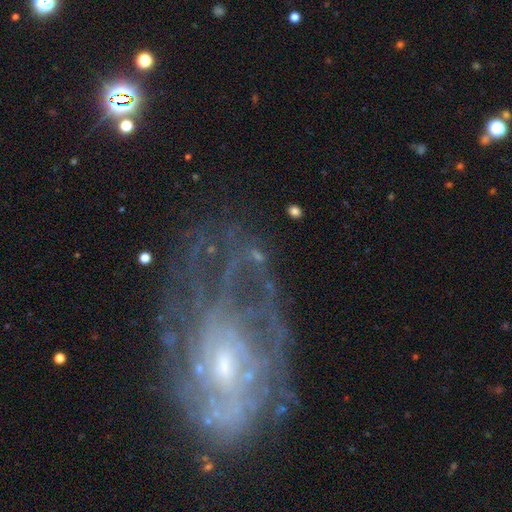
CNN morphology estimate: featured or disk 54%, star or artifact 27%, smooth 19%. Down the decision tree: edge-on disk — no (92%); merging — none (69%).